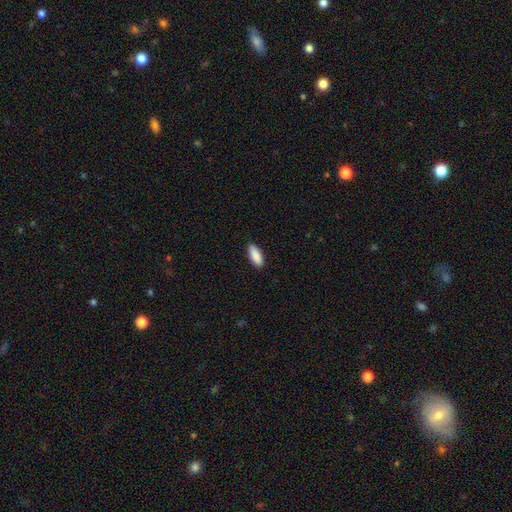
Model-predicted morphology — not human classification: Smooth or featured? smooth (89%)
How rounded? in between (75%)
Merging? none (89%)